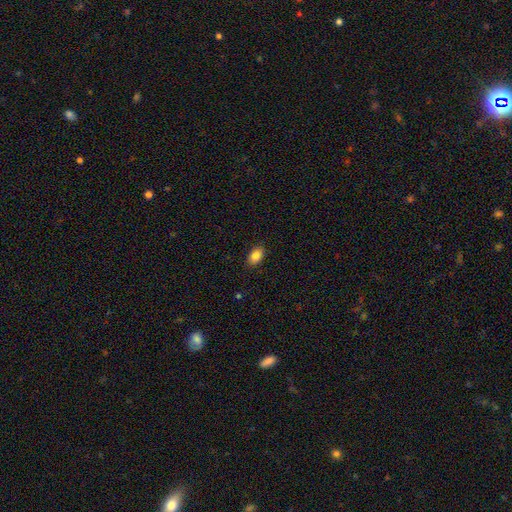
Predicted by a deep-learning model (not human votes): Smooth or featured? smooth (86%)
How rounded? in between (87%)
Merging? none (88%)